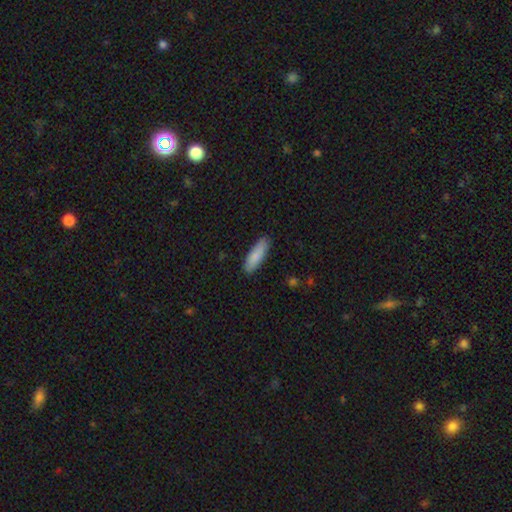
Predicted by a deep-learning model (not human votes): Overall: smooth (86%). How rounded: cigar-shaped (55%; in between 43%). Merging: none (88%).